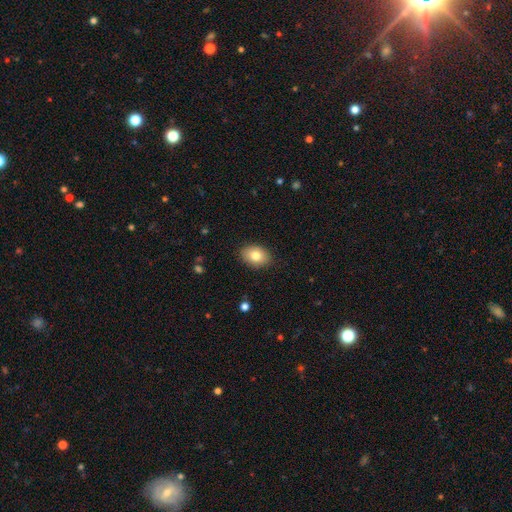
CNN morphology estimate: Smooth or featured? smooth (81%)
How rounded? in between (76%)
Merging? none (88%)